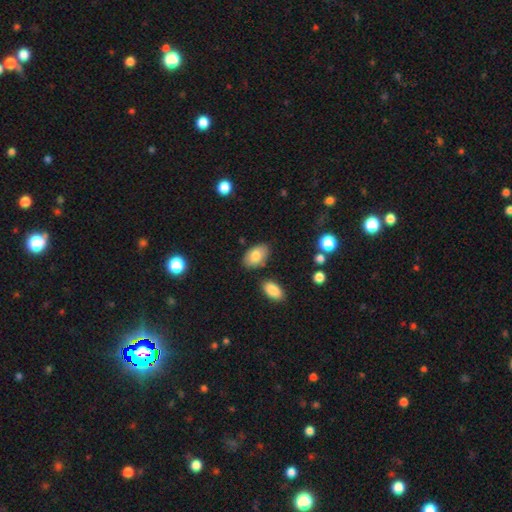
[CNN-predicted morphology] A smooth galaxy with no disk features (81%) that is in between round and cigar-shaped (92%).

Vote fractions:
- Smooth or featured? smooth: 81% / featured or disk: 12% / star or artifact: 7%
- How rounded? in between: 92% / round: 7% / cigar-shaped: 1%
- Merging? none: 80% / minor disturbance: 13% / merger: 4% / major disturbance: 3%